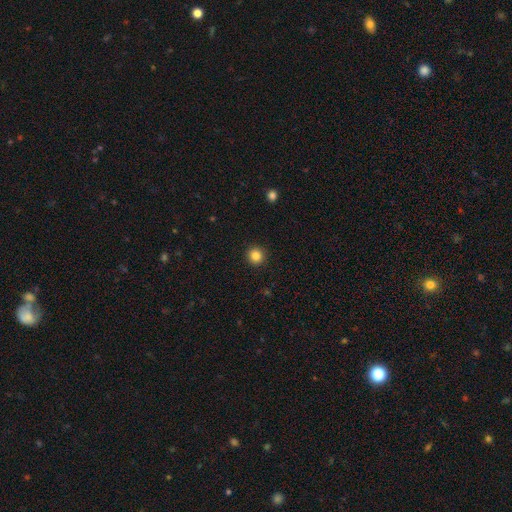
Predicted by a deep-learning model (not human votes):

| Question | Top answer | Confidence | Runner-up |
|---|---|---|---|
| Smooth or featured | smooth | 84% | star or artifact (11%) |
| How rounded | round | 95% | in between (4%) |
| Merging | none | 93% | minor disturbance (4%) |